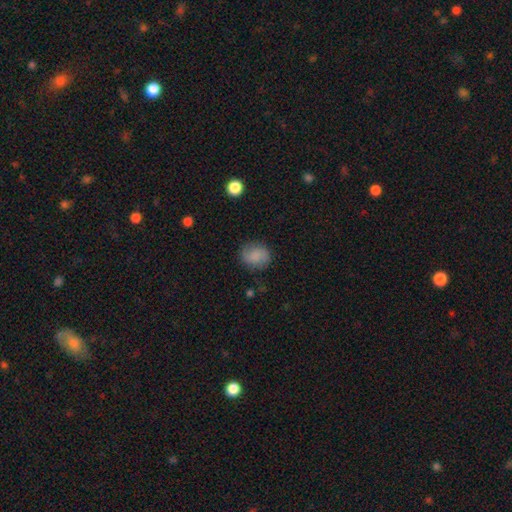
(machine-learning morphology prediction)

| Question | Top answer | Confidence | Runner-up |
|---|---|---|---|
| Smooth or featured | smooth | 74% | featured or disk (17%) |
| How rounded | round | 66% | in between (33%) |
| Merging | none | 78% | minor disturbance (16%) |